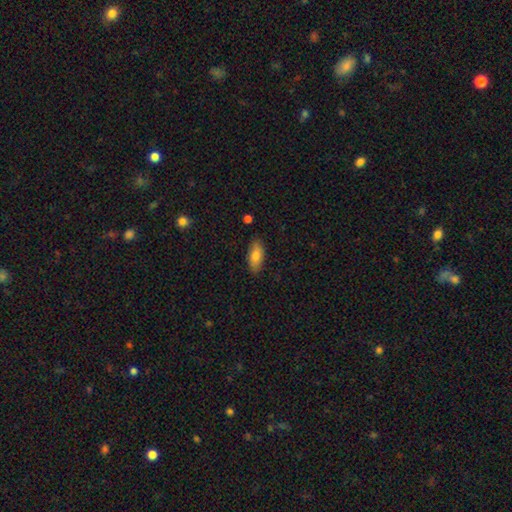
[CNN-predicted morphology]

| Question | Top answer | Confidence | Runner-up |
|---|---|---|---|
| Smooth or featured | smooth | 77% | featured or disk (16%) |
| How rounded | in between | 87% | cigar-shaped (10%) |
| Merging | none | 87% | minor disturbance (10%) |